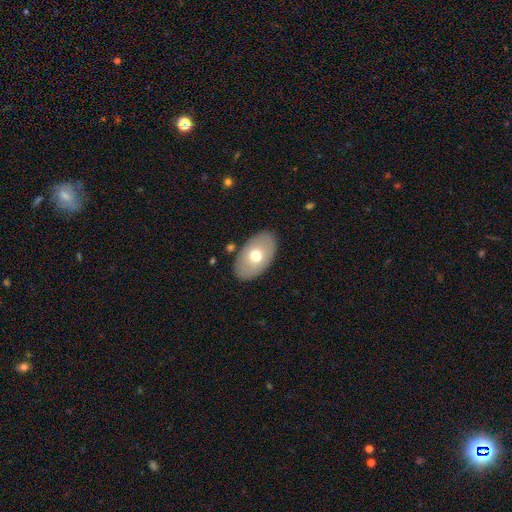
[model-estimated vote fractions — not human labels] Smooth or featured? Predicted: smooth (p=0.63). How rounded? Predicted: in between (p=0.92). Merging? Predicted: none (p=0.86).